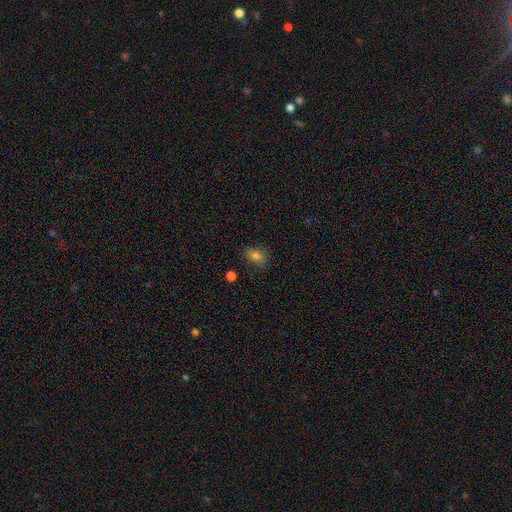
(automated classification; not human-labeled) smooth-or-featured: smooth: 79% | star or artifact: 12% | featured or disk: 9%
  how-rounded: in between: 69% | round: 29% | cigar-shaped: 2%
  merging: none: 77% | minor disturbance: 17% | major disturbance: 4% | merger: 2%